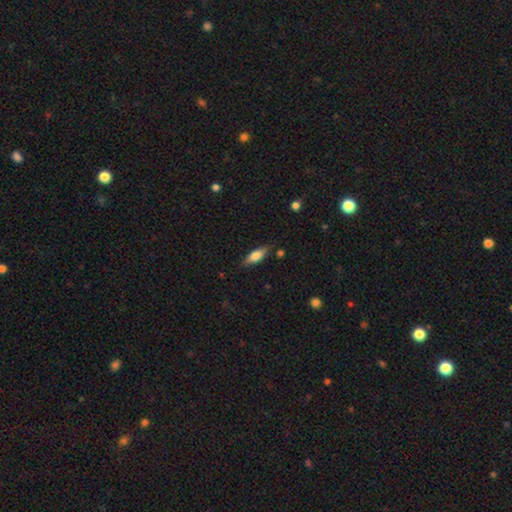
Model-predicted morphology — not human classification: smooth 64%, featured or disk 29%, star or artifact 7%. Down the decision tree: how rounded — in between (62%); merging — none (81%).